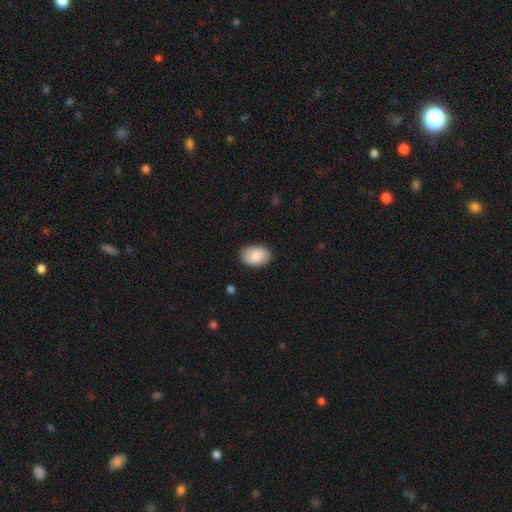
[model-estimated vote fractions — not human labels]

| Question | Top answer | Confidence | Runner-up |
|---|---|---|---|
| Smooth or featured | smooth | 86% | featured or disk (9%) |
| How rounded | in between | 86% | round (13%) |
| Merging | none | 86% | minor disturbance (10%) |